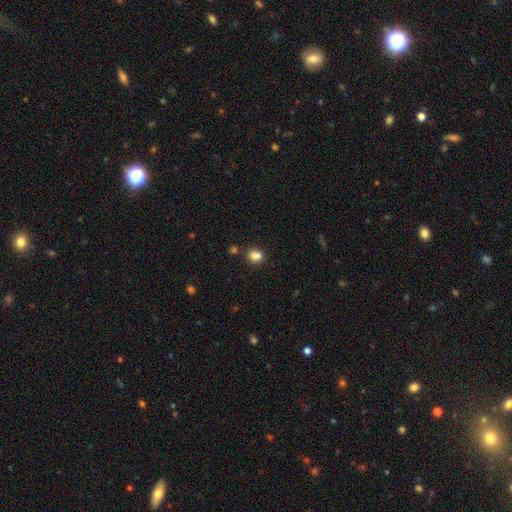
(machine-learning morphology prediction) Smooth or featured?
  - smooth: 81% *
  - star or artifact: 12%
  - featured or disk: 7%
How rounded?
  - round: 61% *
  - in between: 38%
  - cigar-shaped: 1%
Merging?
  - none: 63% *
  - merger: 21%
  - minor disturbance: 13%
  - major disturbance: 4%